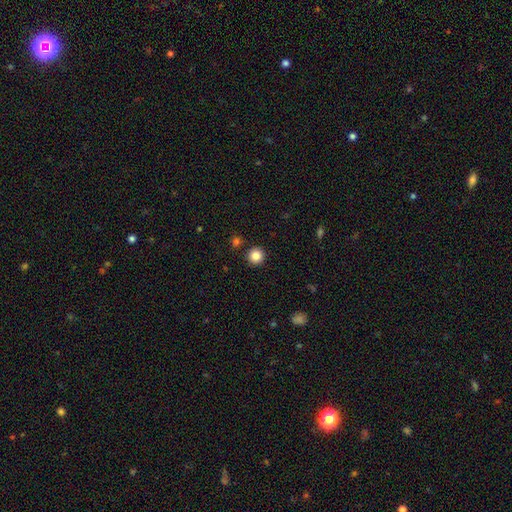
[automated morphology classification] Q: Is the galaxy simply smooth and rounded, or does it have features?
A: smooth — 85%.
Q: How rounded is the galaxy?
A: round — 94%.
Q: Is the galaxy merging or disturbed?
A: none — 91%.